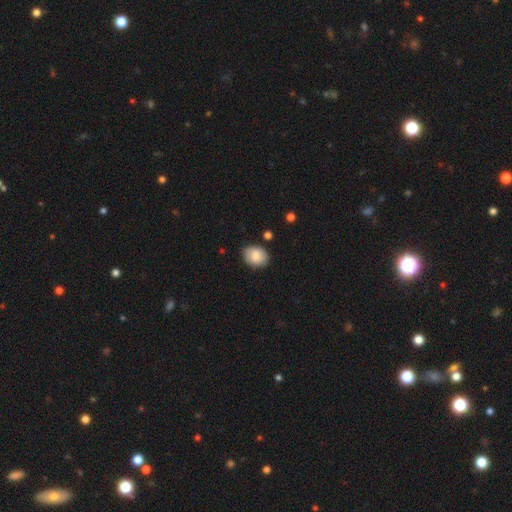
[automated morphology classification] Overall: smooth (80%). How rounded: in between (56%; round 43%). Merging: none (81%).